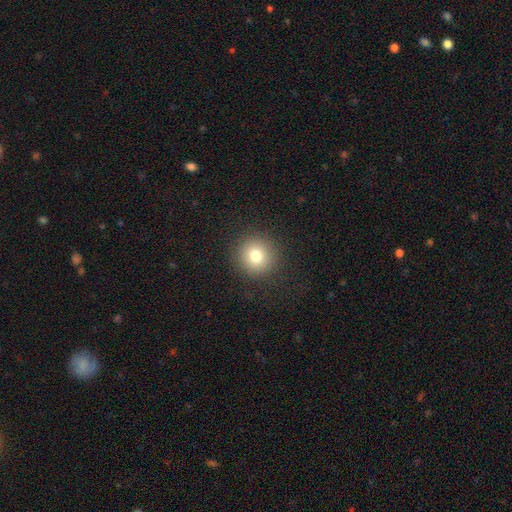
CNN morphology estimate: A smooth galaxy with no disk features (79%) that is round (94%).

Vote fractions:
- Smooth or featured? smooth: 79% / star or artifact: 12% / featured or disk: 9%
- How rounded? round: 94% / in between: 5% / cigar-shaped: 1%
- Merging? none: 91% / minor disturbance: 6% / major disturbance: 3% / merger: 1%